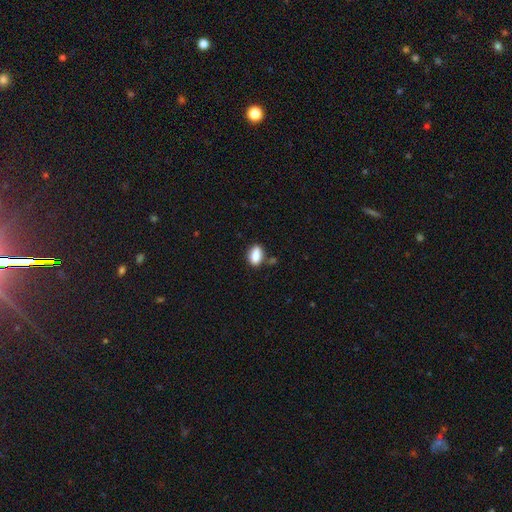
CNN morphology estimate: Smooth or featured?
  - smooth: 86% *
  - star or artifact: 8%
  - featured or disk: 6%
How rounded?
  - in between: 86% *
  - round: 11%
  - cigar-shaped: 3%
Merging?
  - none: 70% *
  - minor disturbance: 19%
  - merger: 7%
  - major disturbance: 4%